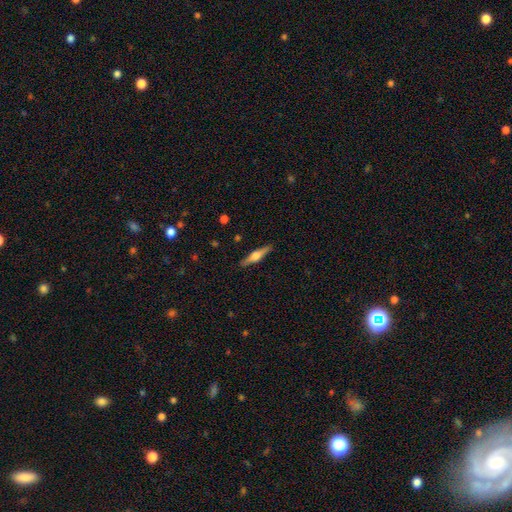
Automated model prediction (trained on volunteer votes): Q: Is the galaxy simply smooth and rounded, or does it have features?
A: featured or disk — 63%.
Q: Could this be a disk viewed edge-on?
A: yes — 97%.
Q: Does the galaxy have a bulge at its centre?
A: rounded — 90%.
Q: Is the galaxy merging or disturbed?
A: none — 90%.